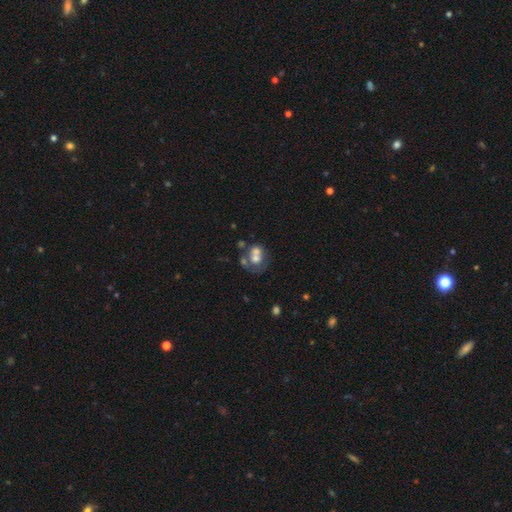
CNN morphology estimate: Smooth or featured: smooth — 47% (featured or disk — 42%)
Merging: merger — 53% (none — 26%)